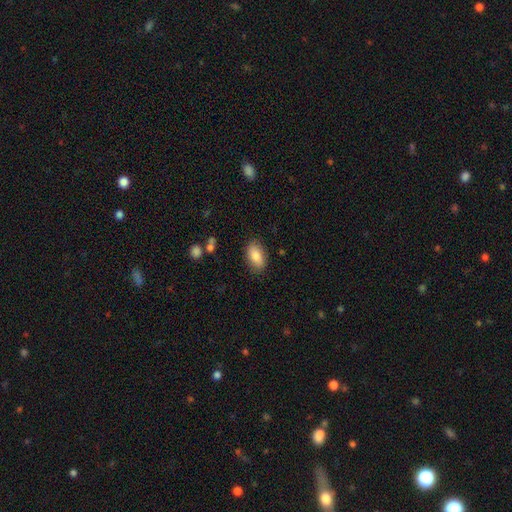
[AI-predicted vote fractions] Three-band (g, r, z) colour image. It shows a smooth galaxy with no disk features (84%) that is in between round and cigar-shaped (92%). Merging: none (84%).